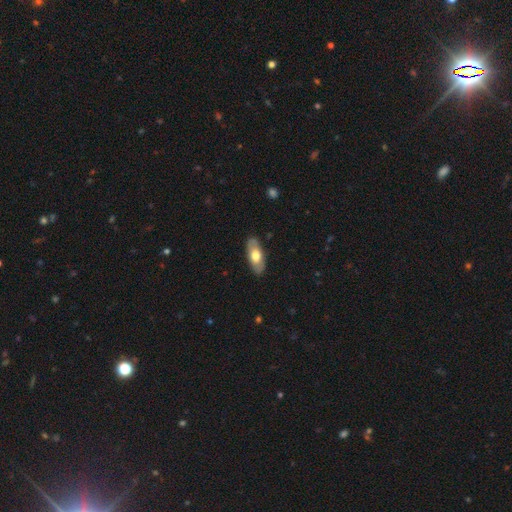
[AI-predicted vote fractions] Smooth or featured?
  - smooth: 61% *
  - featured or disk: 34%
  - star or artifact: 5%
How rounded?
  - in between: 84% *
  - cigar-shaped: 13%
  - round: 3%
Merging?
  - none: 86% *
  - minor disturbance: 11%
  - major disturbance: 2%
  - merger: 1%